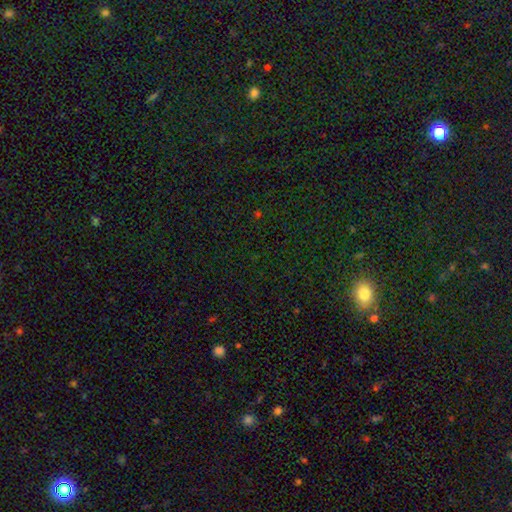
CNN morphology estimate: The model was most divided on "smooth or featured": star or artifact: 57%, smooth: 35%, featured or disk: 8%.